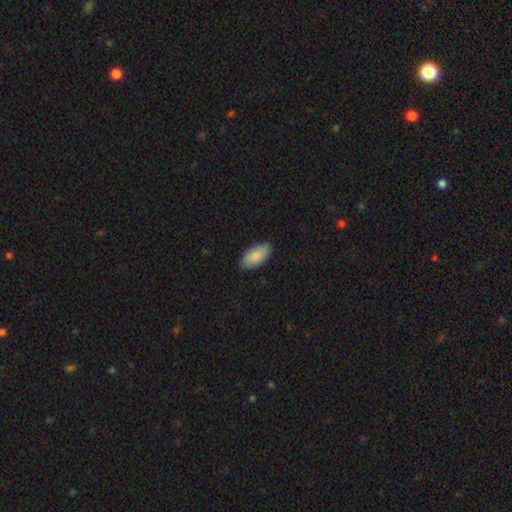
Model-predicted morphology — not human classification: Overall: smooth (85%). How rounded: in between (93%). Merging: none (85%).